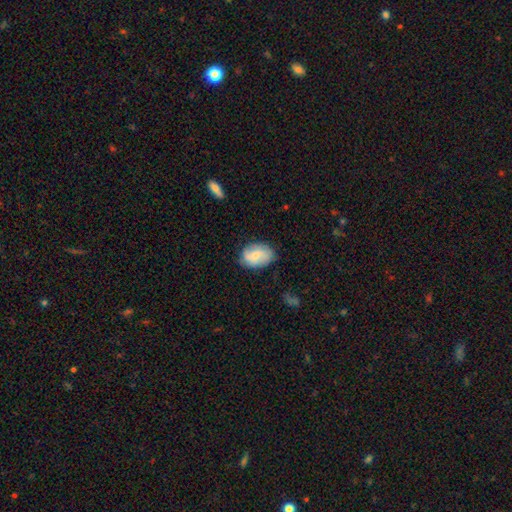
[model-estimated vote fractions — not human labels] smooth_or_featured: smooth (p=0.65) [alt: featured or disk p=0.28]
how_rounded: in between (p=0.81) [alt: round p=0.18]
merging: none (p=0.73) [alt: minor disturbance p=0.21]